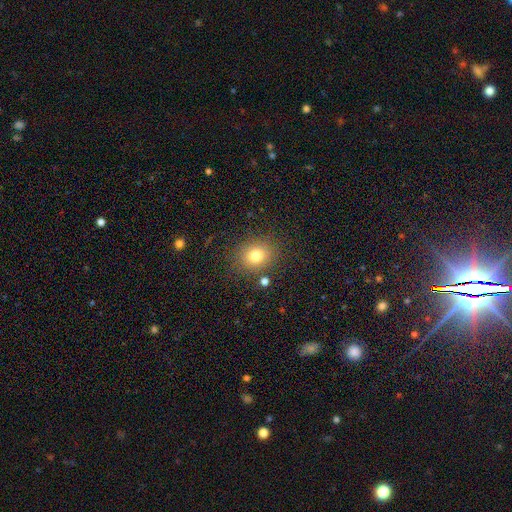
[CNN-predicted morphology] This appears to be a smooth galaxy with no disk features (77%) that is round (67%). Merging: none (83%).